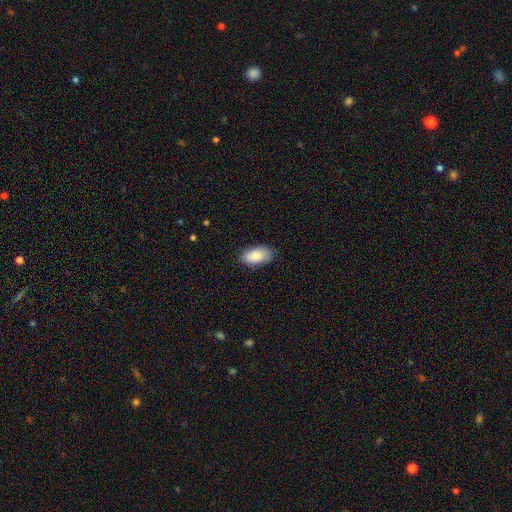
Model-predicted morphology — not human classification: The model was most divided on "merging": none: 83%, minor disturbance: 13%, major disturbance: 3%, merger: 1%. More confident: how rounded — in between (94%); smooth or featured — smooth (88%).